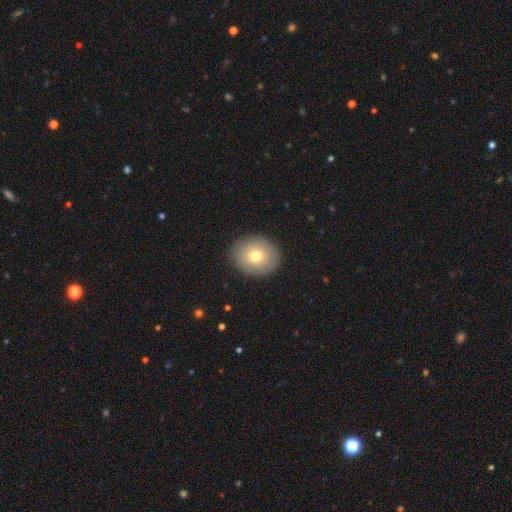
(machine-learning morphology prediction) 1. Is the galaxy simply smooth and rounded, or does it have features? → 73% smooth, 19% featured or disk, 8% star or artifact.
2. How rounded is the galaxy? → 65% round, 34% in between, 1% cigar-shaped.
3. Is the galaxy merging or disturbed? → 89% none, 8% minor disturbance, 2% major disturbance, 1% merger.